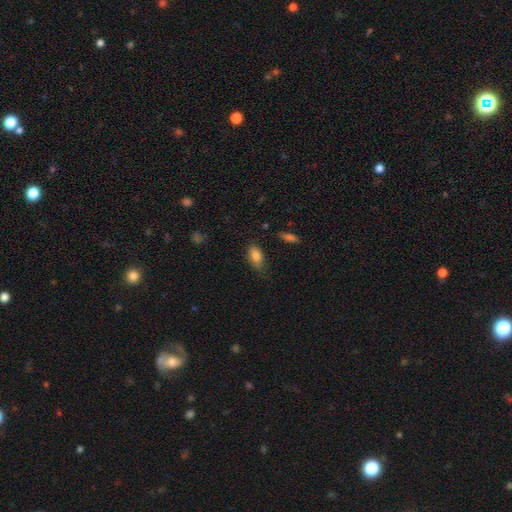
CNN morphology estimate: Smooth or featured? smooth (82%)
How rounded? in between (87%)
Merging? none (70%)